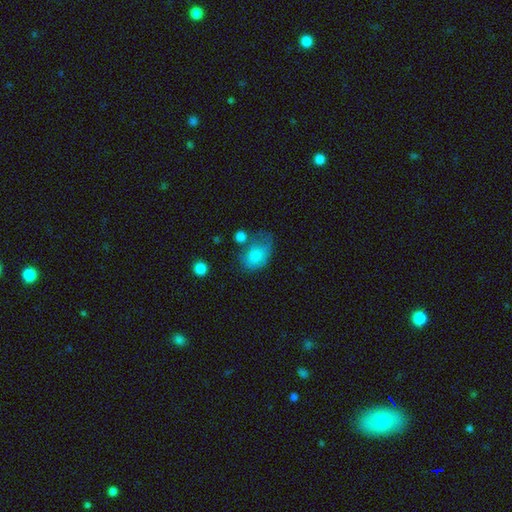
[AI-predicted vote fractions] smooth-or-featured: smooth: 77% | featured or disk: 15% | star or artifact: 9%
  how-rounded: in between: 77% | round: 22% | cigar-shaped: 1%
  merging: minor disturbance: 31% (tied) | none: 31% (tied) | major disturbance: 28% | merger: 10%